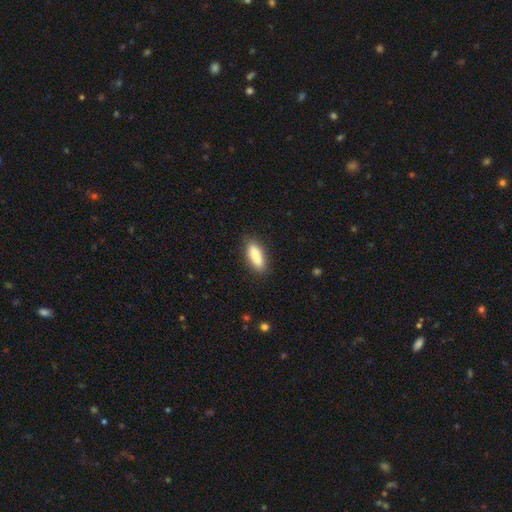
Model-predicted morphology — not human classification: Smooth or featured? smooth (86%)
How rounded? in between (63%)
Merging? none (87%)